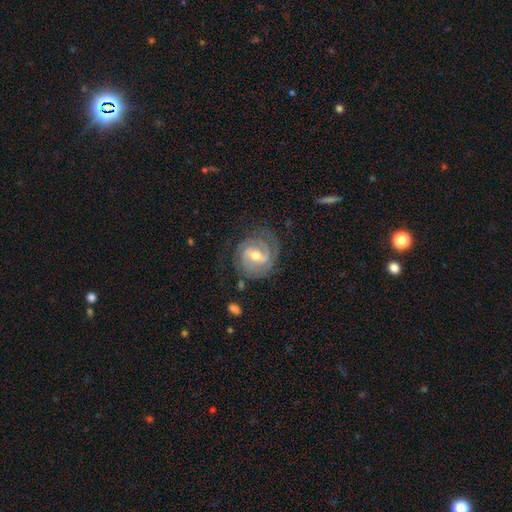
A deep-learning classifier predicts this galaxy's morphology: Smooth or featured? Predicted: featured or disk (p=0.85). Edge-on disk? Predicted: no (p=0.97). Bar? Predicted: weak (p=0.53). Spiral arms? Predicted: yes (p=0.95). Spiral winding? Predicted: tight (p=0.59). Spiral arm count? Predicted: 2 (p=0.55). Bulge size? Predicted: moderate (p=0.69). Merging? Predicted: none (p=0.72).